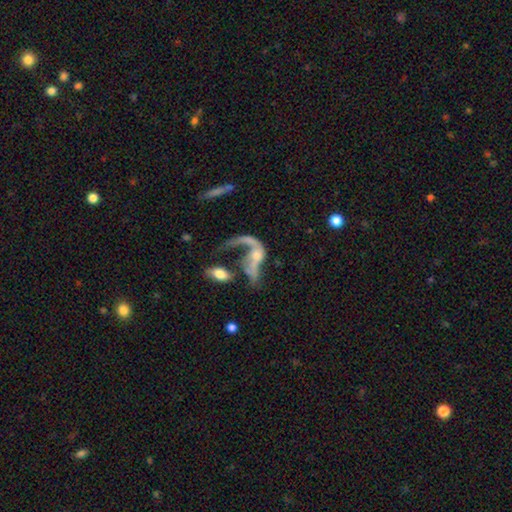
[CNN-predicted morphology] Smooth or featured: featured or disk — 70% (smooth — 20%)
Edge-on disk: no — 89% (yes — 11%)
Bar: no — 65% (weak — 25%)
Spiral arms: yes — 66% (no — 34%)
Bulge size: small — 43% (moderate — 30%)
Merging: major disturbance — 36% (merger — 35%)